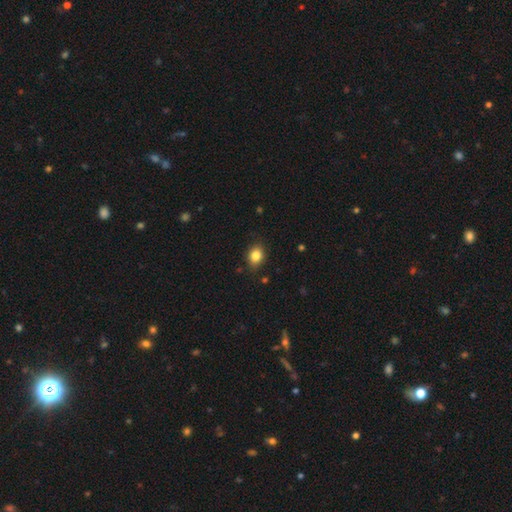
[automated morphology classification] This is clearly a smooth galaxy (84%). How rounded: possibly in between (58%). Merging: clearly none (84%).